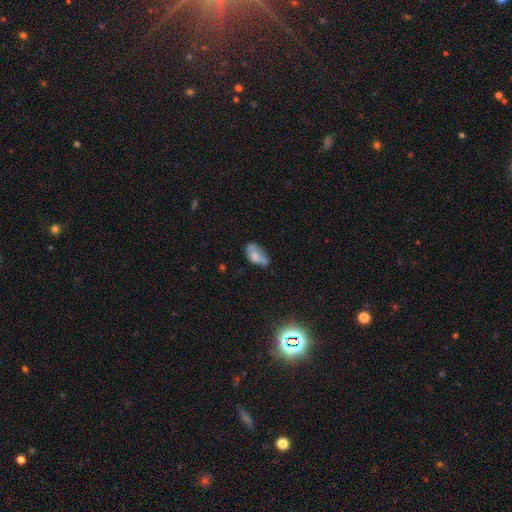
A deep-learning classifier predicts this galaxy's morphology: A smooth galaxy with no disk features (67%) that is in between round and cigar-shaped (91%). Merging: minor disturbance (37%).